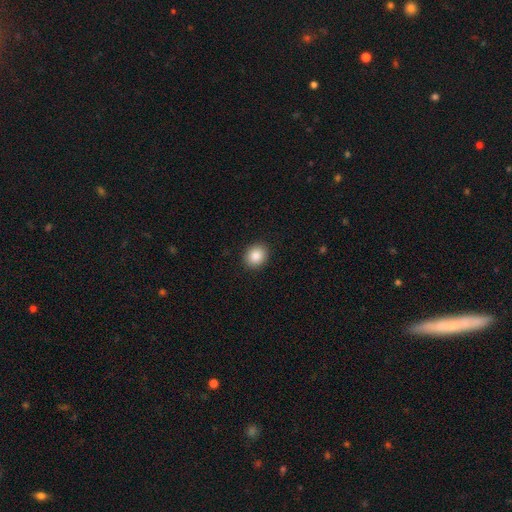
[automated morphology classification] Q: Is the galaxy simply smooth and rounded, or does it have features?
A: smooth — 86%.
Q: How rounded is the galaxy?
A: round — 69%.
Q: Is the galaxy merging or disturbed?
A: none — 91%.